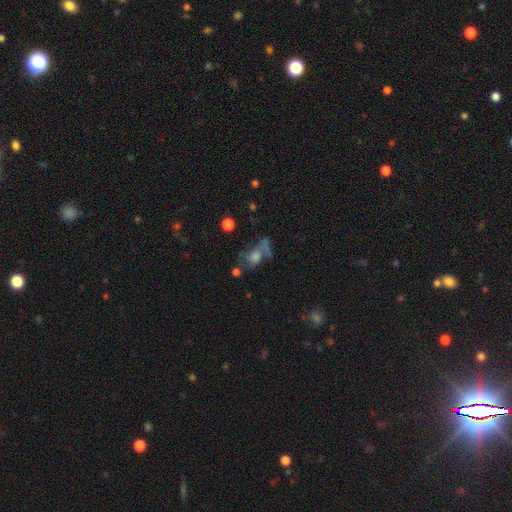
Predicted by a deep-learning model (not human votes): This appears to be a featured or disk galaxy (39%). Merging: none (38%).